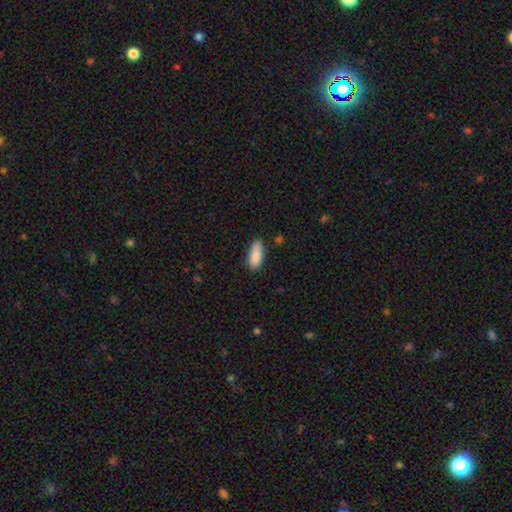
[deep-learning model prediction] smooth-or-featured: smooth: 88% | star or artifact: 7% | featured or disk: 5%
  how-rounded: in between: 79% | cigar-shaped: 19% | round: 2%
  merging: none: 73% | minor disturbance: 22% | major disturbance: 4% | merger: 2%